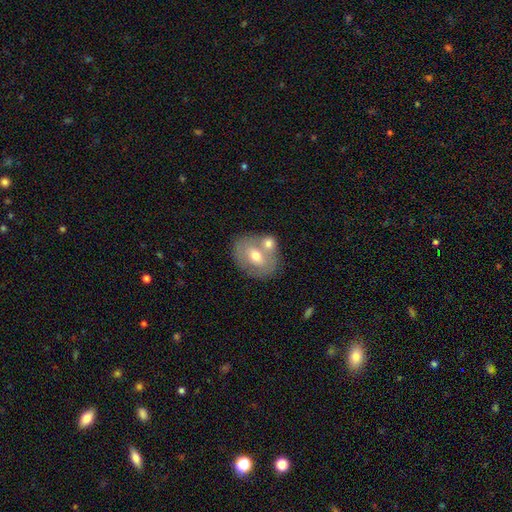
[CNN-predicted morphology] smooth_or_featured: smooth (p=0.51) [alt: featured or disk p=0.42]
how_rounded: in between (p=0.56) [alt: round p=0.42]
merging: none (p=0.52) [alt: merger p=0.32]